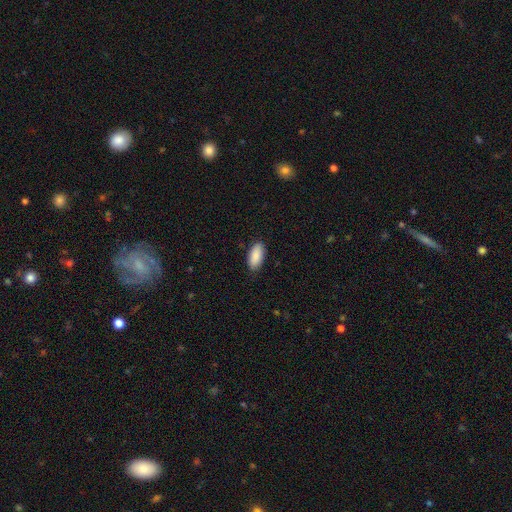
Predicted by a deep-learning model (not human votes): This is clearly a smooth galaxy (89%). How rounded: clearly in between (89%). Merging: clearly none (86%).